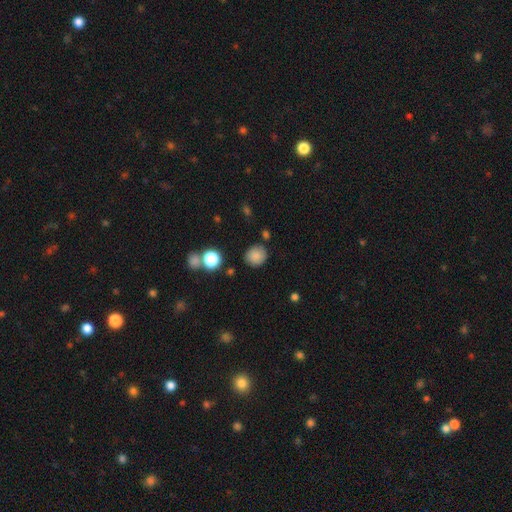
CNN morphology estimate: A smooth galaxy with no disk features (83%) that is round (84%). Merging: none (79%).